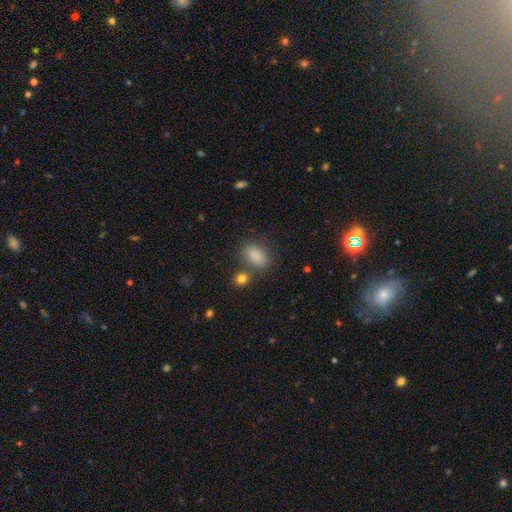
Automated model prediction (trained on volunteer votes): smooth 86%, star or artifact 9%, featured or disk 6%. Down the decision tree: how rounded — in between (86%); merging — none (70%).